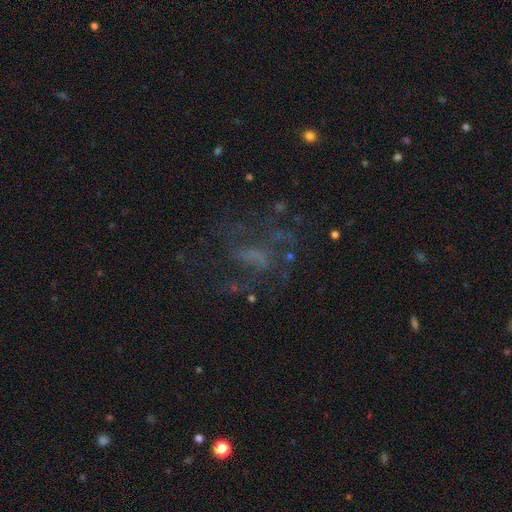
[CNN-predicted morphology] Smooth or featured?
  - featured or disk: 57% *
  - star or artifact: 24%
  - smooth: 19%
Edge-on disk?
  - no: 96% *
  - yes: 4%
Bar?
  - no: 54% *
  - weak: 34%
  - strong: 13%
Spiral arms?
  - yes: 58% *
  - no: 42%
Bulge size?
  - none: 58% *
  - small: 21%
  - moderate: 16%
  - large: 4%
  - dominant: 1%
Merging?
  - none: 52% *
  - major disturbance: 29%
  - minor disturbance: 16%
  - merger: 3%